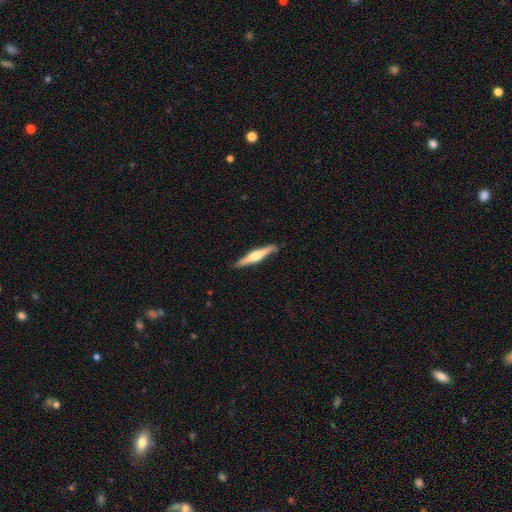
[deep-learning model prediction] featured or disk 60%, smooth 35%, star or artifact 5%. Down the decision tree: edge-on disk — yes (97%); edge-on bulge — rounded (81%); merging — none (87%).